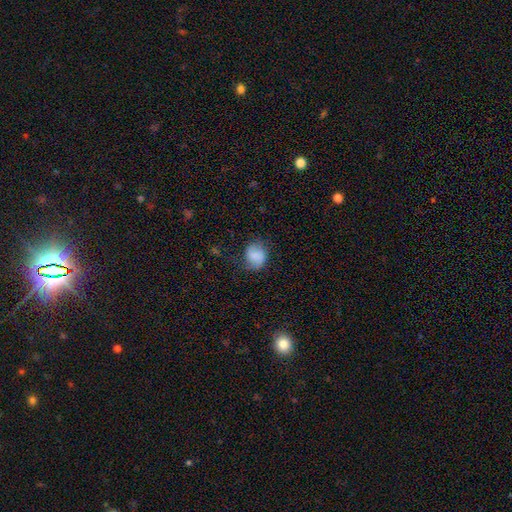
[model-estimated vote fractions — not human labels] Smooth or featured? smooth (75%)
How rounded? round (59%)
Merging? none (61%)